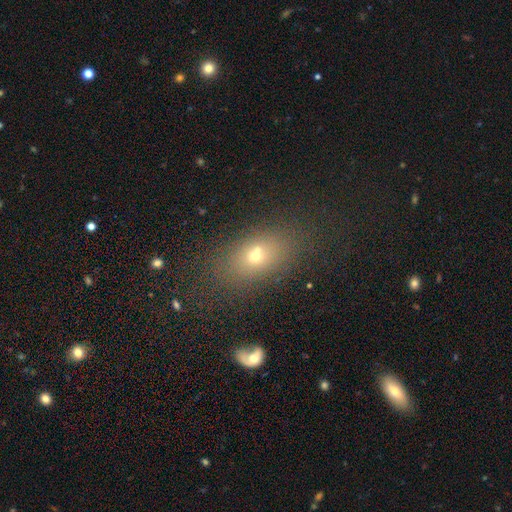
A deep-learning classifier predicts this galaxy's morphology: Q: Smooth or featured?
A: smooth (61%); runner-up: featured or disk (20%)
Q: How rounded?
A: in between (72%); runner-up: round (24%)
Q: Merging?
A: none (60%); runner-up: merger (23%)